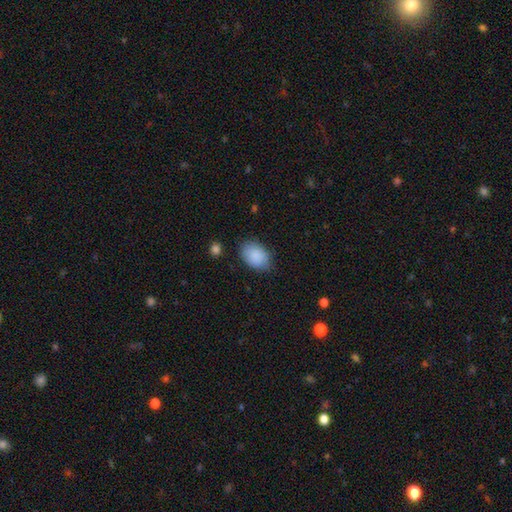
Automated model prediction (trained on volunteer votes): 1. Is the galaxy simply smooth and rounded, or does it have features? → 89% smooth, 6% star or artifact, 5% featured or disk.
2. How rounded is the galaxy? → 85% in between, 13% round, 1% cigar-shaped.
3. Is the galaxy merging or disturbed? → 81% none, 14% minor disturbance, 3% major disturbance, 1% merger.